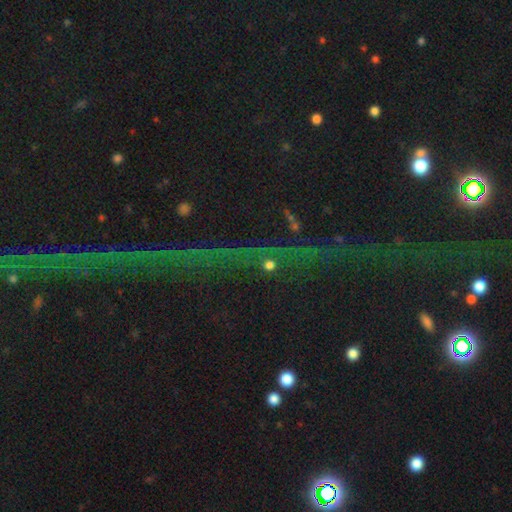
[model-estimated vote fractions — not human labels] A star or artifact, not a galaxy (79%).